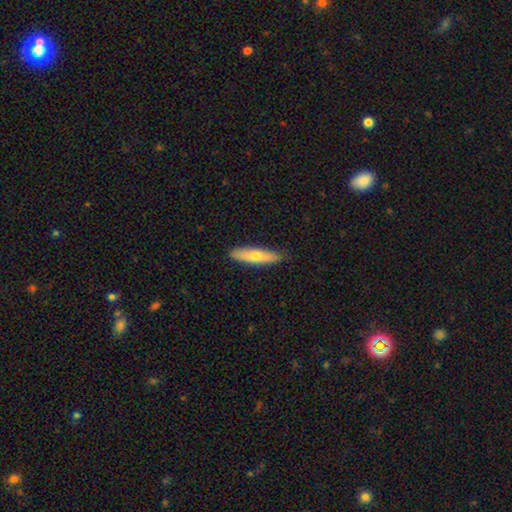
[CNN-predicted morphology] type=smooth (65%); roundness=cigar-shaped (72%); merging=none (88%).